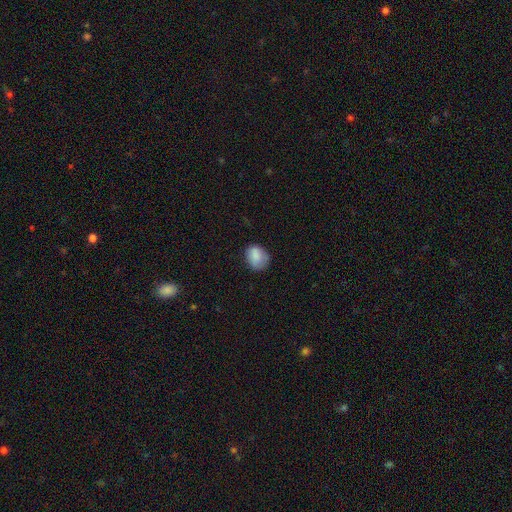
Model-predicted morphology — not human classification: A smooth galaxy with no disk features (83%) that is round (53%).

Vote fractions:
- Smooth or featured? smooth: 83% / star or artifact: 8% / featured or disk: 8%
- How rounded? round: 53% / in between: 46% / cigar-shaped: 1%
- Merging? none: 67% / minor disturbance: 24% / major disturbance: 7% / merger: 1%